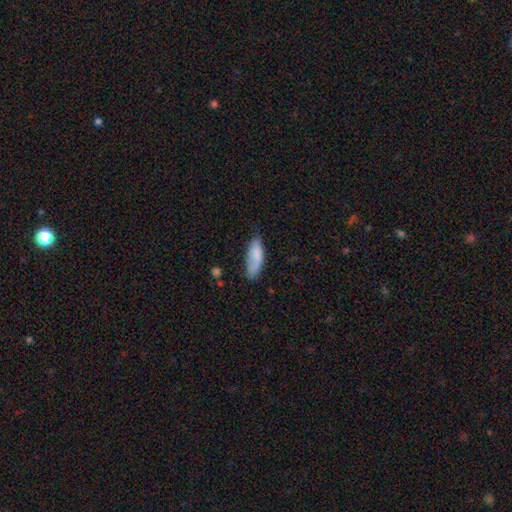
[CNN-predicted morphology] smooth_or_featured: smooth (p=0.82) [alt: featured or disk p=0.12]
how_rounded: in between (p=0.68) [alt: cigar-shaped p=0.30]
merging: none (p=0.60) [alt: minor disturbance p=0.30]